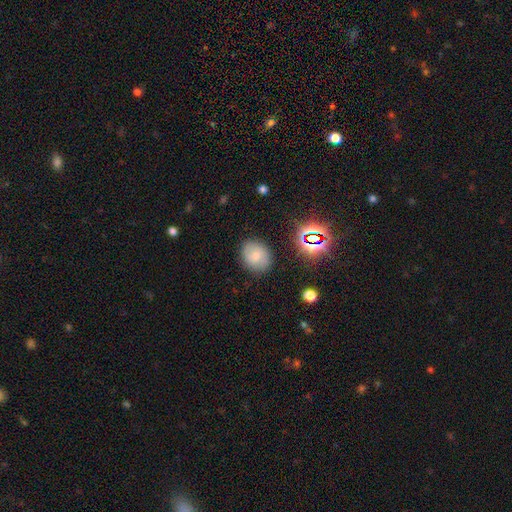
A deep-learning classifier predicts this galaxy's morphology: This appears to be a smooth galaxy with no disk features (68%) that is round (60%). Merging: none (83%).